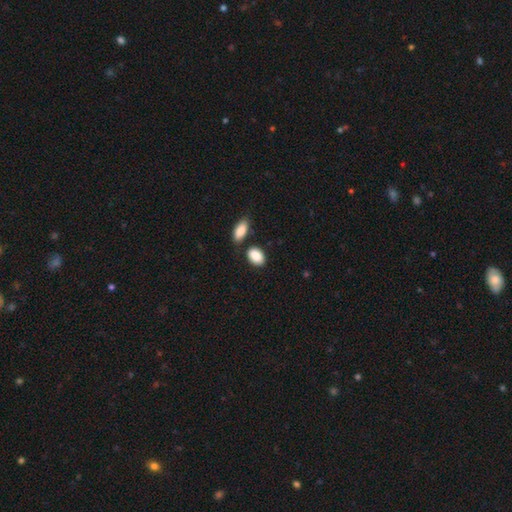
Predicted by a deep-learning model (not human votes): Smooth or featured: smooth — 89% (star or artifact — 6%)
How rounded: in between — 88% (round — 11%)
Merging: none — 72% (minor disturbance — 13%)